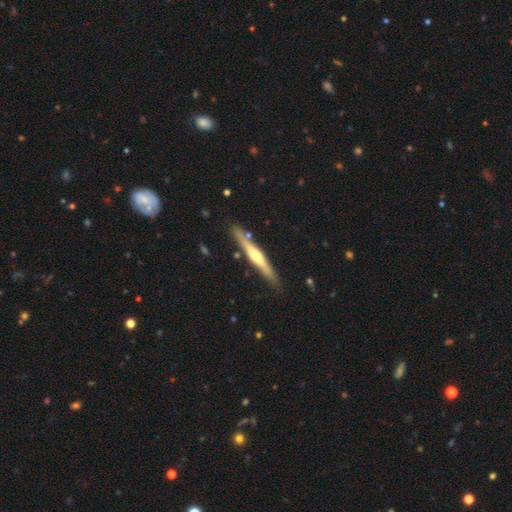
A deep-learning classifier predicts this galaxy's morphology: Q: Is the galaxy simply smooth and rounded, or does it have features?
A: featured or disk — 60%.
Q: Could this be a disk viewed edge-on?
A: yes — 95%.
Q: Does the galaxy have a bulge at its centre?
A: rounded — 74%.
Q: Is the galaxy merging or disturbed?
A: none — 83%.